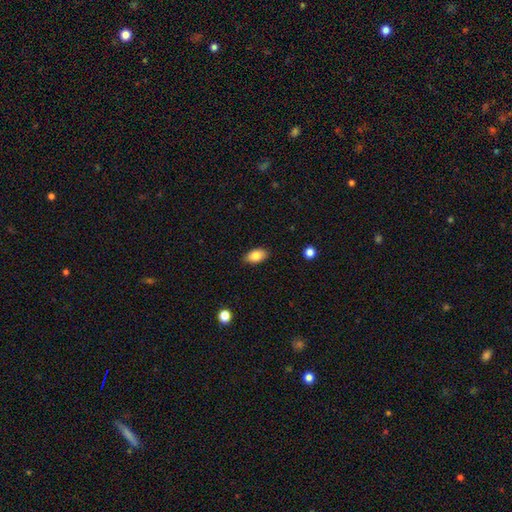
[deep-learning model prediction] A smooth galaxy with no disk features (84%) that is in between round and cigar-shaped (92%). Merging: none (87%).